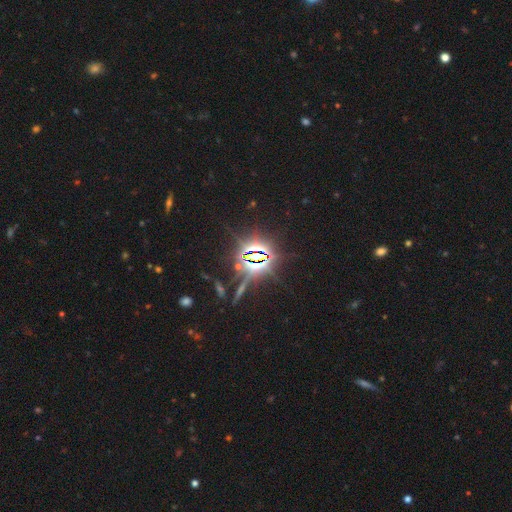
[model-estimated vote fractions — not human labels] Smooth or featured: star or artifact — 83% (smooth — 9%)